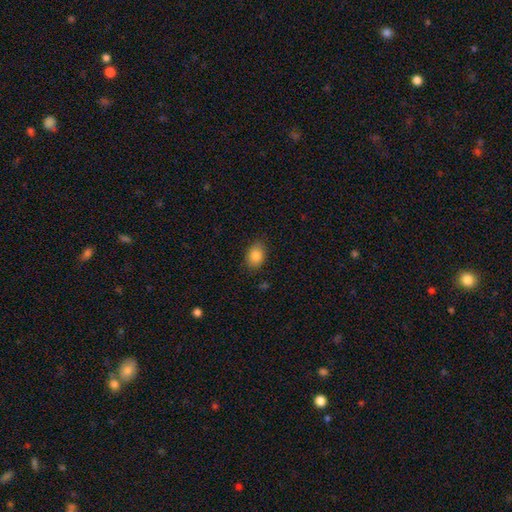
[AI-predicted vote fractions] Morphology: type=smooth (84%); roundness=in between (78%); merging=none (82%).